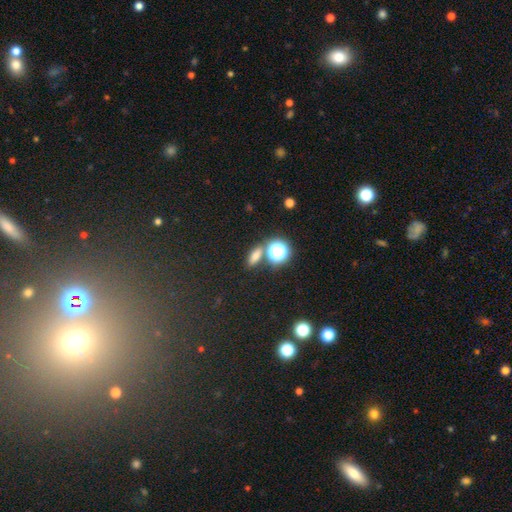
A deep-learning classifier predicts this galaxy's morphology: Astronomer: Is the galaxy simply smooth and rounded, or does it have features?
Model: smooth — 67%.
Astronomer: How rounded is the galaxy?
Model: in between — 58%.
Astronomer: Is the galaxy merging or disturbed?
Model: none — 75%.